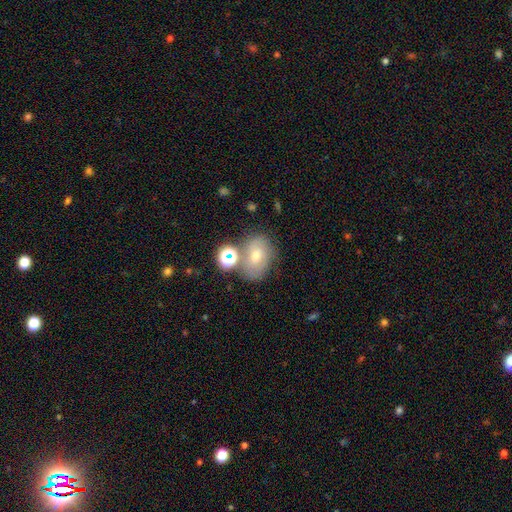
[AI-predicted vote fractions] Overall: smooth (42%; featured or disk 35%). Merging: none (60%).